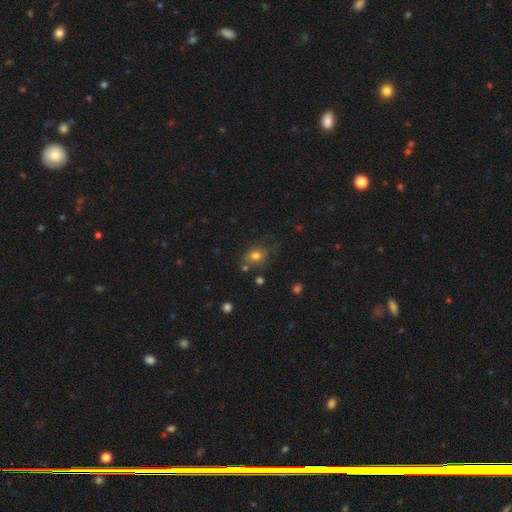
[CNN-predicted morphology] Q: Smooth or featured?
A: smooth (69%); runner-up: featured or disk (19%)
Q: How rounded?
A: in between (57%); runner-up: round (42%)
Q: Merging?
A: none (54%); runner-up: minor disturbance (26%)